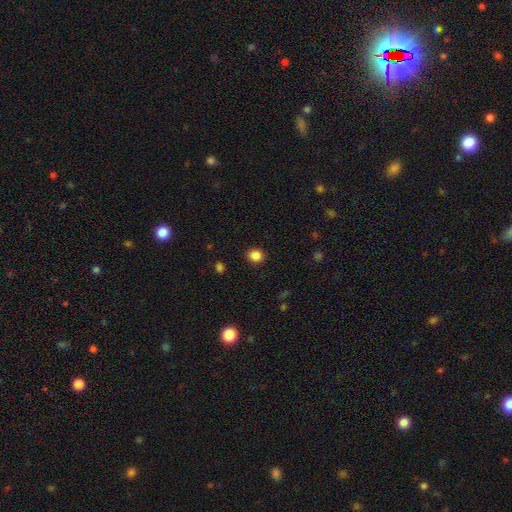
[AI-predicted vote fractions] Morphology: type=smooth (86%); roundness=round (71%); merging=none (90%).